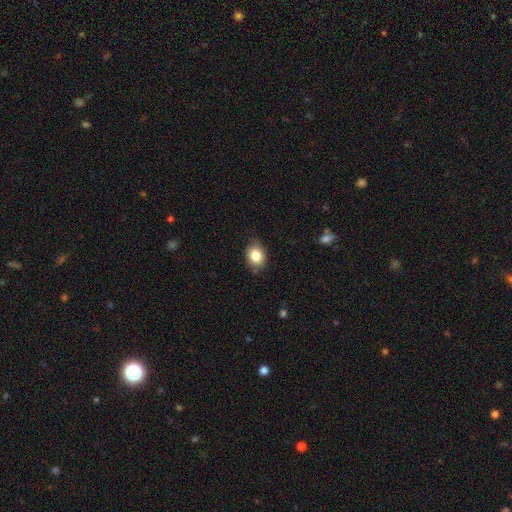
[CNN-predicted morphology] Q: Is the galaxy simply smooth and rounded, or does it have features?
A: smooth — 83%.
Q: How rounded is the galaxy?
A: in between — 58%.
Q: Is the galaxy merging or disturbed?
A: none — 78%.